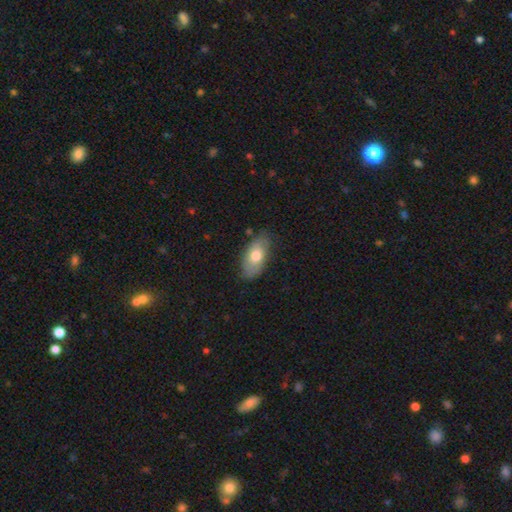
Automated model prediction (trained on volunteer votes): smooth_or_featured: smooth (p=0.67) [alt: featured or disk p=0.26]
how_rounded: in between (p=0.91) [alt: cigar-shaped p=0.04]
merging: none (p=0.73) [alt: minor disturbance p=0.21]